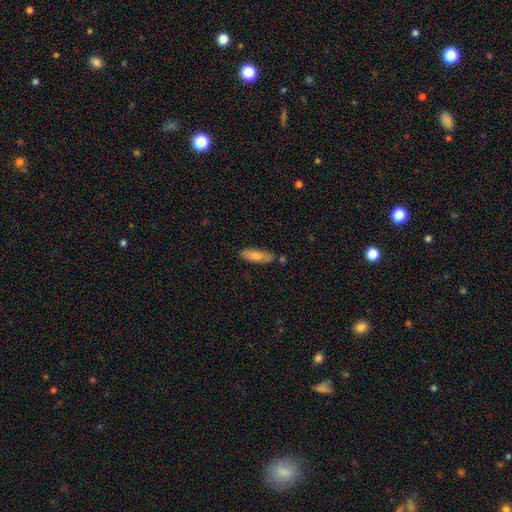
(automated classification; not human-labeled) Q: Smooth or featured?
A: smooth (79%); runner-up: featured or disk (15%)
Q: How rounded?
A: in between (53%); runner-up: cigar-shaped (46%)
Q: Merging?
A: none (75%); runner-up: minor disturbance (15%)